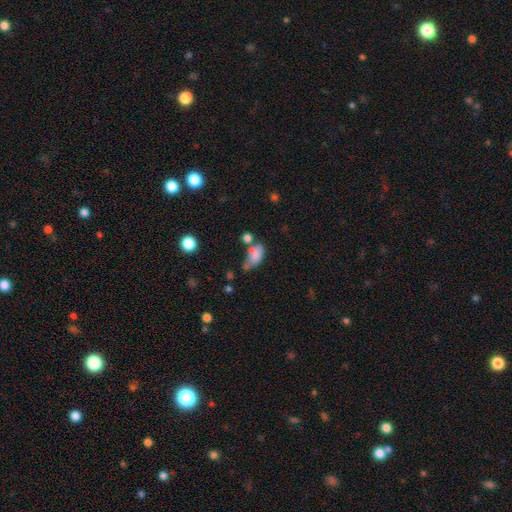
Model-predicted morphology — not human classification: type=smooth (76%); roundness=in between (87%); merging=none (30%).